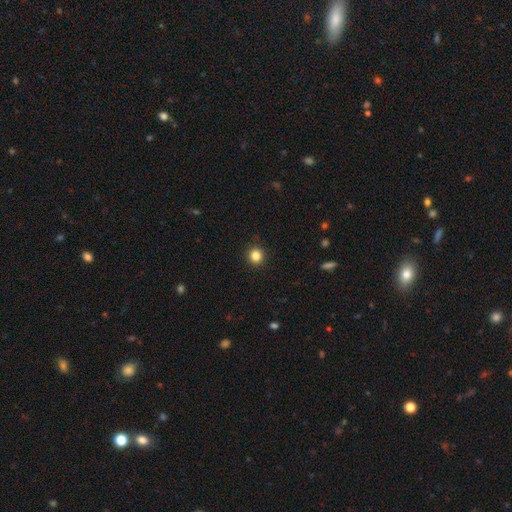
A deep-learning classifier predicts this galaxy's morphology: smooth 84%, star or artifact 12%, featured or disk 4%. Down the decision tree: how rounded — round (92%); merging — none (92%).